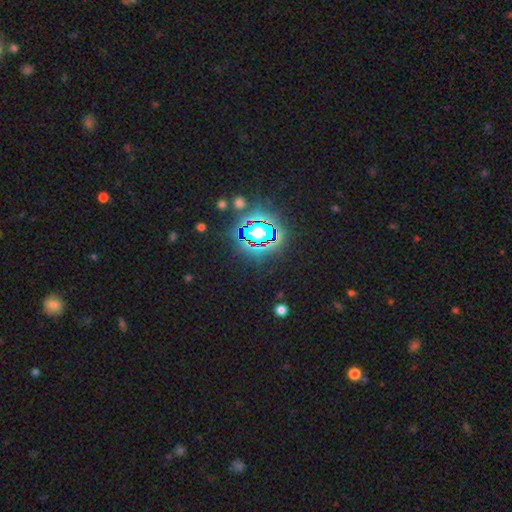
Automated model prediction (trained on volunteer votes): A star or artifact, not a galaxy (81%).